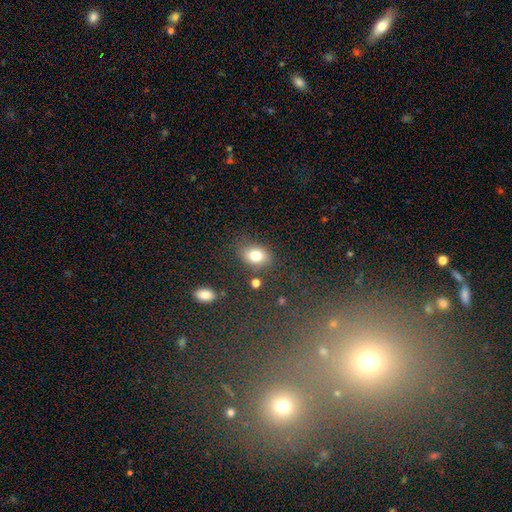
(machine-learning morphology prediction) Smooth or featured? smooth (79%)
How rounded? in between (71%)
Merging? none (75%)